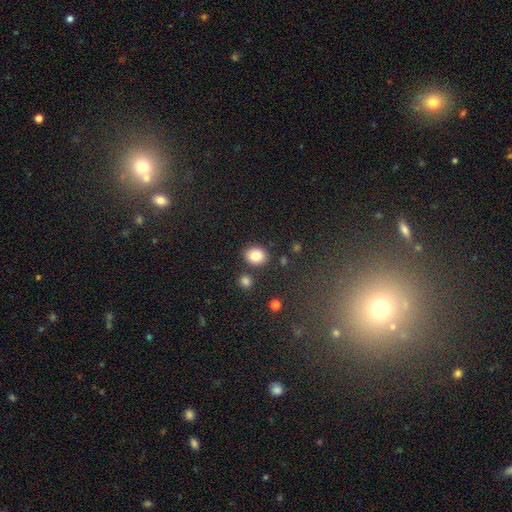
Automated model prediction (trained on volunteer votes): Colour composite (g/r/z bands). It shows a smooth galaxy with no disk features (84%) that is round (63%). Merging: none (83%).